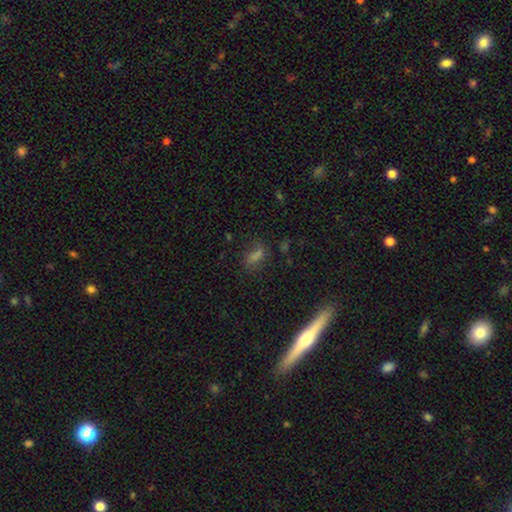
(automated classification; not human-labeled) Smooth or featured? Predicted: smooth (p=0.49). Merging? Predicted: none (p=0.74).